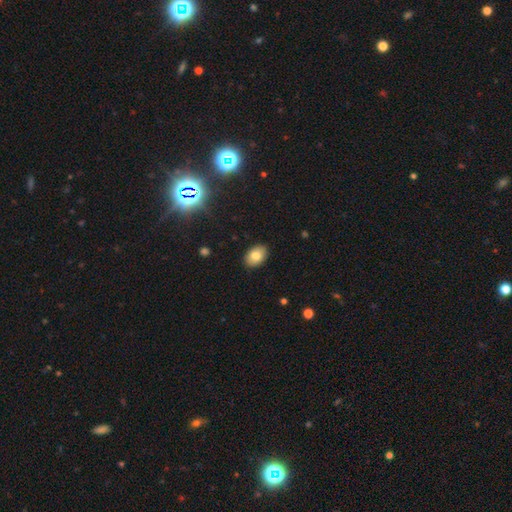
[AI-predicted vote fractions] Q: Smooth or featured?
A: smooth (80%); runner-up: featured or disk (11%)
Q: How rounded?
A: in between (84%); runner-up: round (15%)
Q: Merging?
A: none (89%); runner-up: minor disturbance (8%)